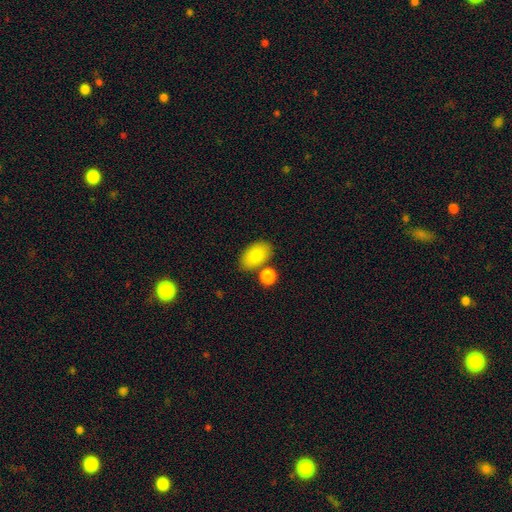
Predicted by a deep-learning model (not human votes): Overall: smooth (85%). How rounded: in between (92%). Merging: none (71%).